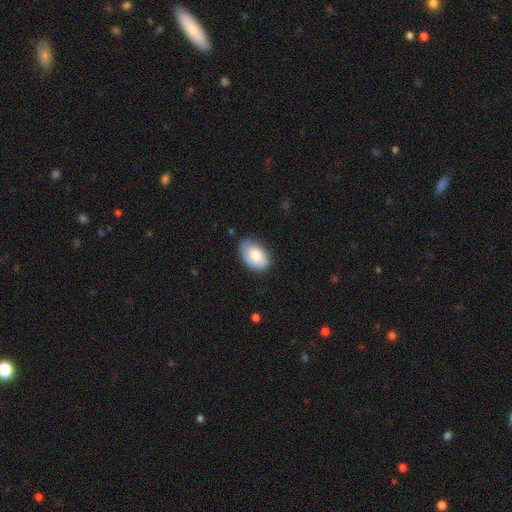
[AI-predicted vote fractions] smooth 72%, featured or disk 22%, star or artifact 6%. Down the decision tree: how rounded — in between (91%); merging — none (71%).